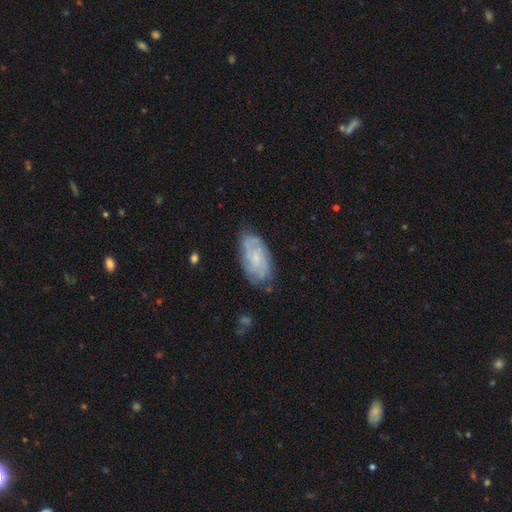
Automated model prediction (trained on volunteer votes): A featured or disk galaxy (63%) with no bar (69%), tight (54%) spiral arms (87%) and a small central bulge (65%). Merging: none (72%).